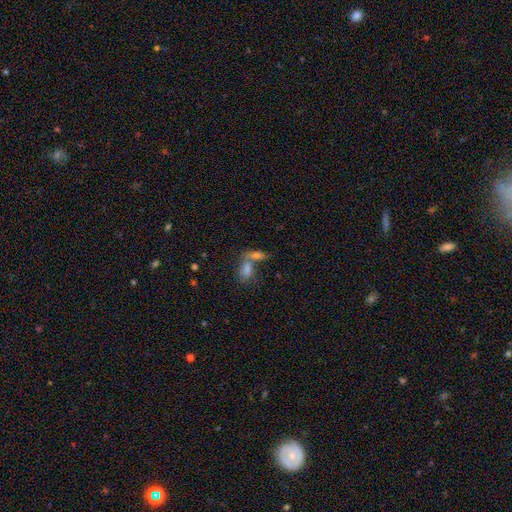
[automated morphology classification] Smooth or featured? smooth (59%)
How rounded? in between (70%)
Merging? merger (48%)